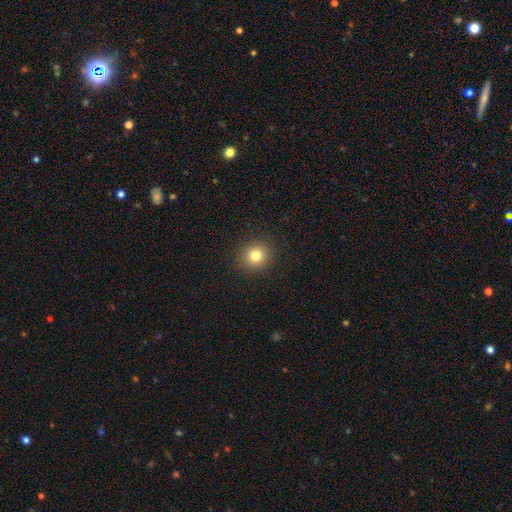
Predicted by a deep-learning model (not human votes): smooth 80%, star or artifact 13%, featured or disk 7%. Down the decision tree: how rounded — round (88%); merging — none (91%).